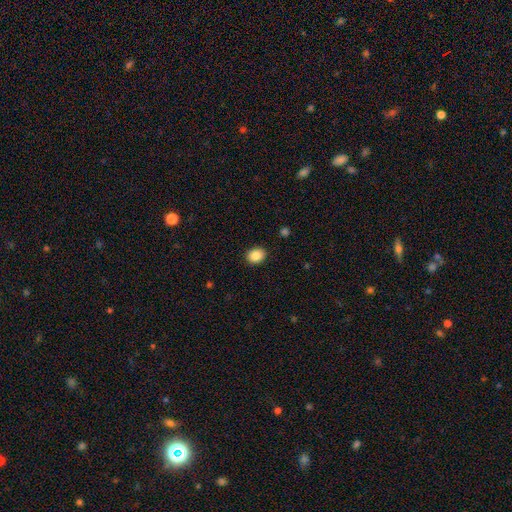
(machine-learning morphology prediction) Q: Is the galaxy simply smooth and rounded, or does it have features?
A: smooth — 87%.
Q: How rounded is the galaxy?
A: round — 51%.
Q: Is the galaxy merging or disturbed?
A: none — 90%.